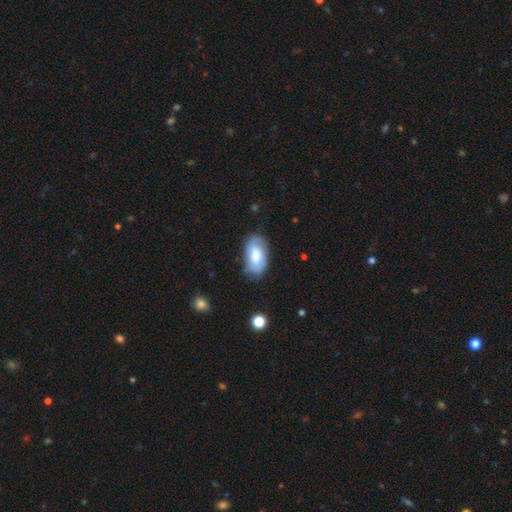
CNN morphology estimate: smooth_or_featured: smooth (p=0.67) [alt: featured or disk p=0.26]
how_rounded: in between (p=0.94) [alt: round p=0.04]
merging: none (p=0.73) [alt: minor disturbance p=0.21]